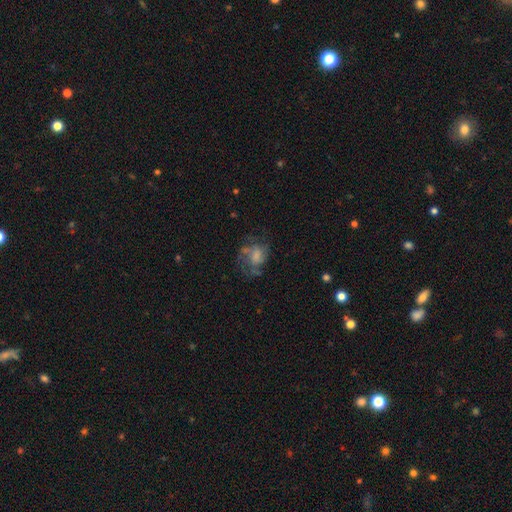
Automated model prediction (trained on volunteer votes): This is possibly a featured or disk galaxy (55%). It is clearly not viewed edge-on (97%). Bar: likely no (67%). Spiral arm pattern: likely yes (67%). Central bulge: marginally none (31%). Merging: possibly none (48%).